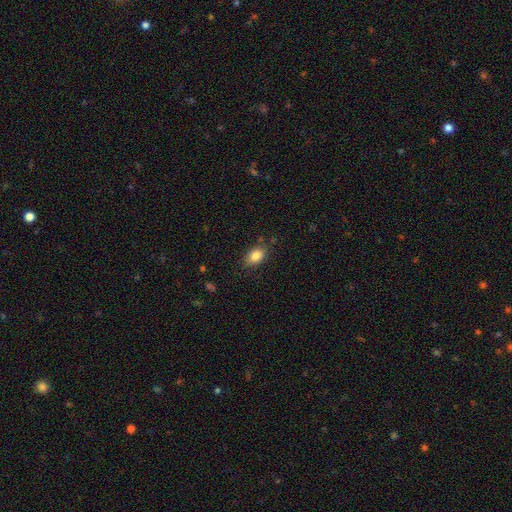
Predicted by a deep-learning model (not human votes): Smooth or featured: smooth — 84% (star or artifact — 9%)
How rounded: in between — 83% (round — 15%)
Merging: none — 81% (minor disturbance — 14%)